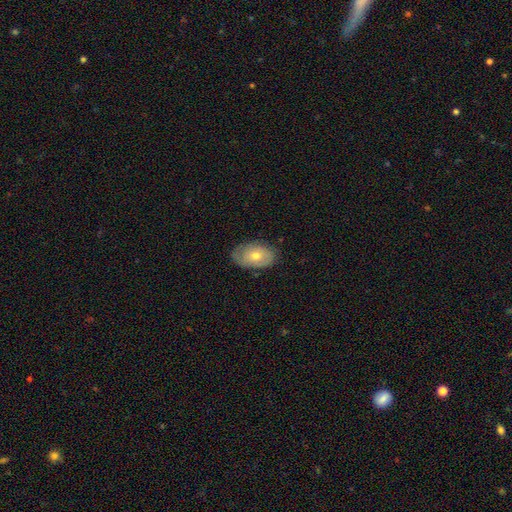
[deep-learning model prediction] Overall: smooth (57%; featured or disk 37%). How rounded: in between (88%). Merging: none (70%).